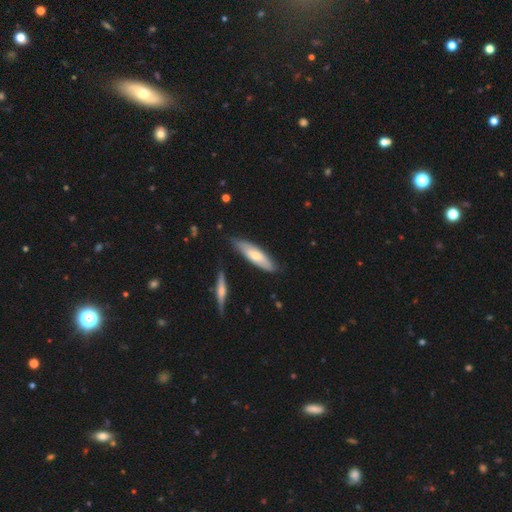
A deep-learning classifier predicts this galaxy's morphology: smooth_or_featured: smooth (p=0.60) [alt: featured or disk p=0.35]
how_rounded: cigar-shaped (p=0.56) [alt: in between p=0.43]
merging: none (p=0.77) [alt: minor disturbance p=0.17]